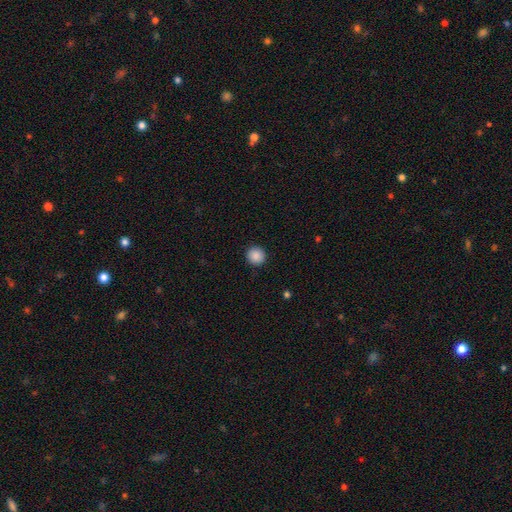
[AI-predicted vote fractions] smooth 89%, star or artifact 9%, featured or disk 3%. Down the decision tree: how rounded — round (93%); merging — none (92%).